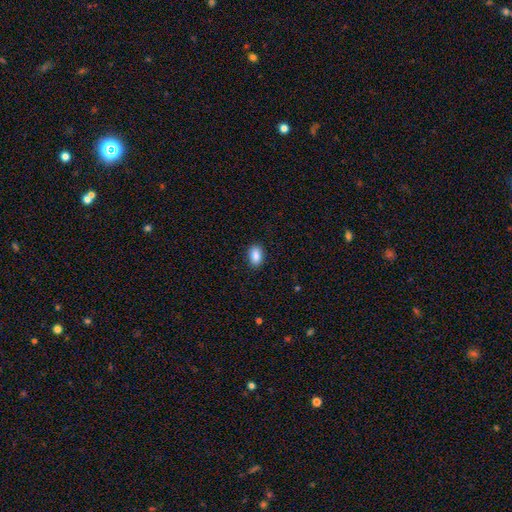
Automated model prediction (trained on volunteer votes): smooth 88%, star or artifact 8%, featured or disk 4%. Down the decision tree: how rounded — in between (89%); merging — none (89%).